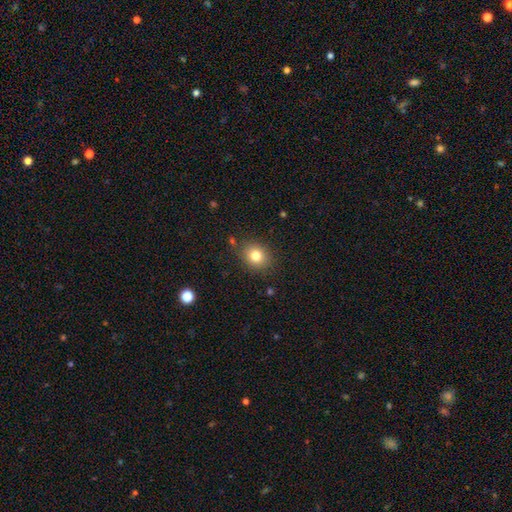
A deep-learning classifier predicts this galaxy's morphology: smooth_or_featured: smooth (p=0.79) [alt: star or artifact p=0.12]
how_rounded: round (p=0.67) [alt: in between p=0.33]
merging: none (p=0.84) [alt: minor disturbance p=0.10]